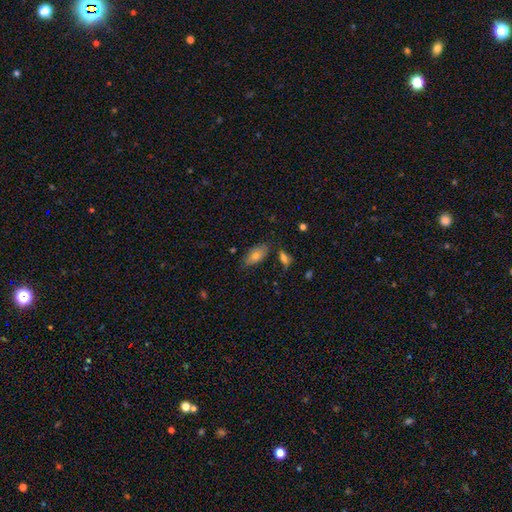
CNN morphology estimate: type=smooth (74%); roundness=in between (87%); merging=none (76%).